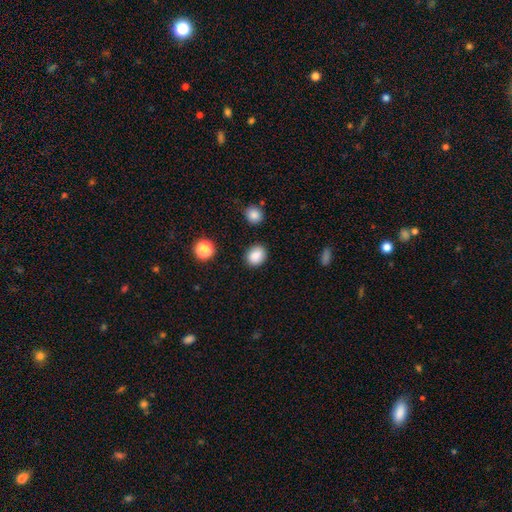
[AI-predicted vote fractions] Smooth or featured? Predicted: smooth (p=0.86). How rounded? Predicted: round (p=0.57). Merging? Predicted: none (p=0.85).